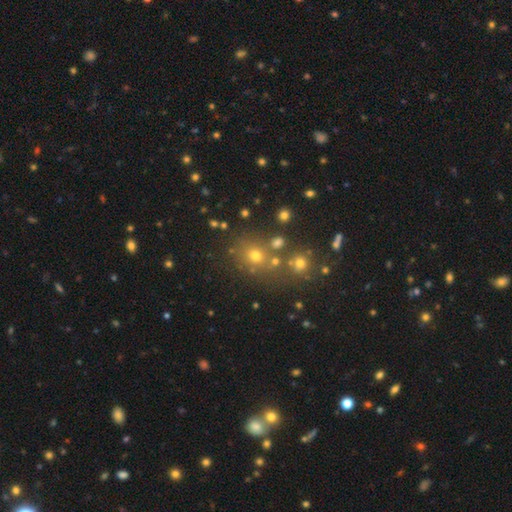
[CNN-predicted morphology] This appears to be a smooth galaxy with no disk features (61%) that is round (80%). Merging: none (70%).